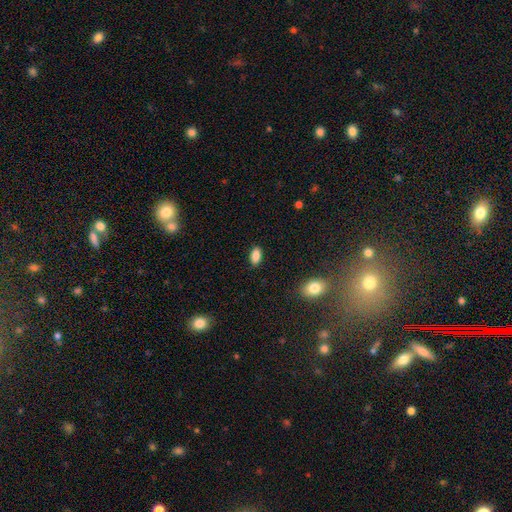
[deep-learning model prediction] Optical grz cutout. It shows a smooth galaxy with no disk features (87%) that is in between round and cigar-shaped (90%). Merging: none (88%).